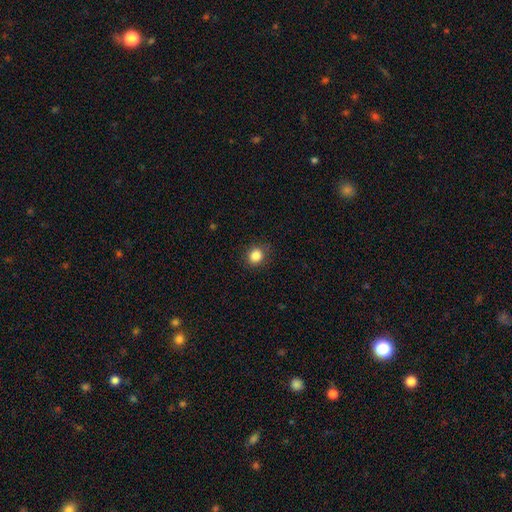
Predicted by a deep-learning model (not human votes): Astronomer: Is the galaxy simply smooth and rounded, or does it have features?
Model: smooth — 86%.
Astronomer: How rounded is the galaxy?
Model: round — 78%.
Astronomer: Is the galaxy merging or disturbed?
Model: none — 85%.